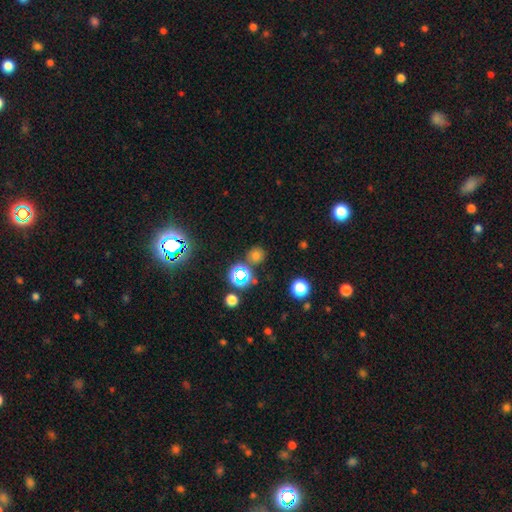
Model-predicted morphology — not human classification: Smooth or featured? smooth (62%)
How rounded? round (88%)
Merging? none (80%)